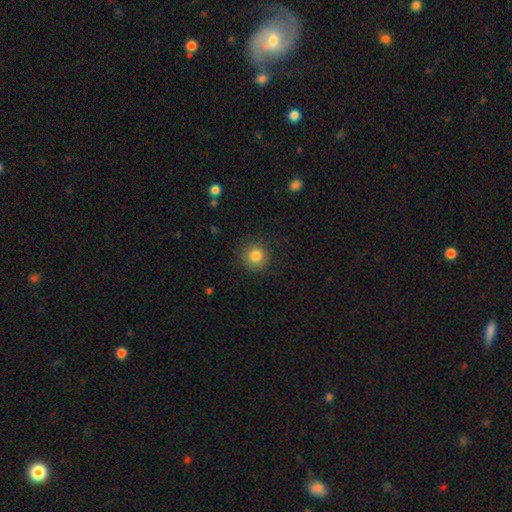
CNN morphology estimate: The model was most divided on "merging": none: 83%, minor disturbance: 12%, major disturbance: 4%, merger: 1%. More confident: how rounded — round (92%); smooth or featured — smooth (83%).